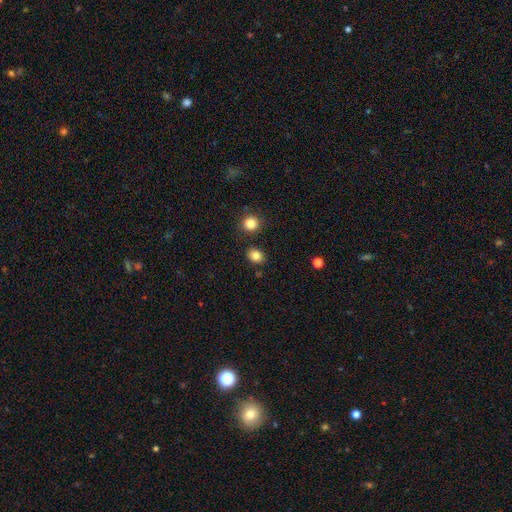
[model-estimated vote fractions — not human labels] smooth_or_featured: smooth (p=0.84) [alt: star or artifact p=0.12]
how_rounded: round (p=0.67) [alt: in between p=0.32]
merging: none (p=0.85) [alt: minor disturbance p=0.08]